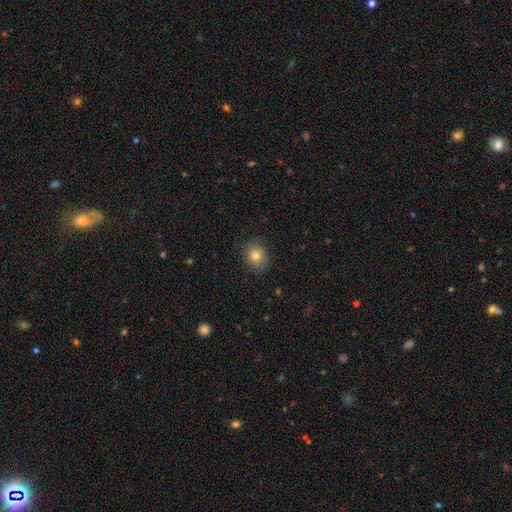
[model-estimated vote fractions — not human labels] This appears to be a smooth galaxy with no disk features (80%) that is round (77%). Merging: none (88%).